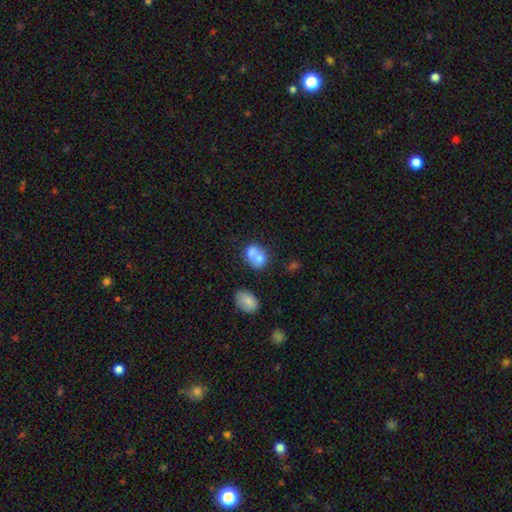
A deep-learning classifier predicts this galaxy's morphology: type=smooth (67%); roundness=round (54%); merging=merger (62%).